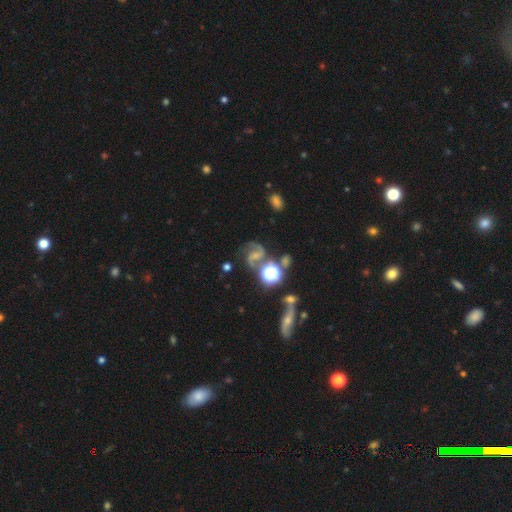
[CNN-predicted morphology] smooth_or_featured: featured or disk (p=0.80) [alt: star or artifact p=0.12]
disk_edge_on: no (p=0.98) [alt: yes p=0.02]
bar: weak (p=0.44) [alt: no p=0.34]
has_spiral_arms: yes (p=0.97) [alt: no p=0.03]
spiral_winding: medium (p=0.55) [alt: loose p=0.33]
spiral_arm_count: 2 (p=0.92) [alt: can't tell p=0.02]
bulge_size: small (p=0.49) [alt: moderate p=0.33]
merging: none (p=0.66) [alt: minor disturbance p=0.15]